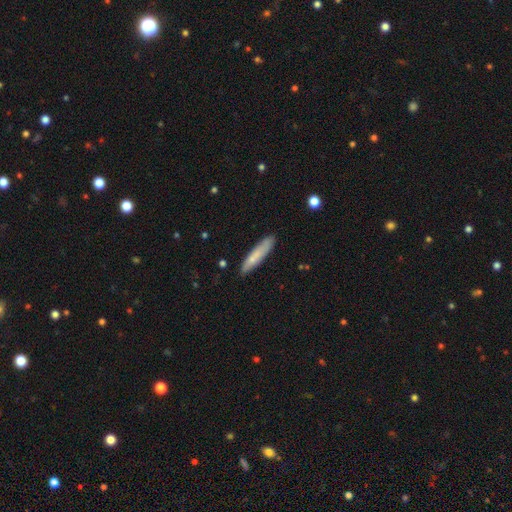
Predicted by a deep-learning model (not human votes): Q: Smooth or featured?
A: smooth (71%); runner-up: featured or disk (23%)
Q: How rounded?
A: cigar-shaped (85%); runner-up: in between (13%)
Q: Merging?
A: none (83%); runner-up: minor disturbance (13%)